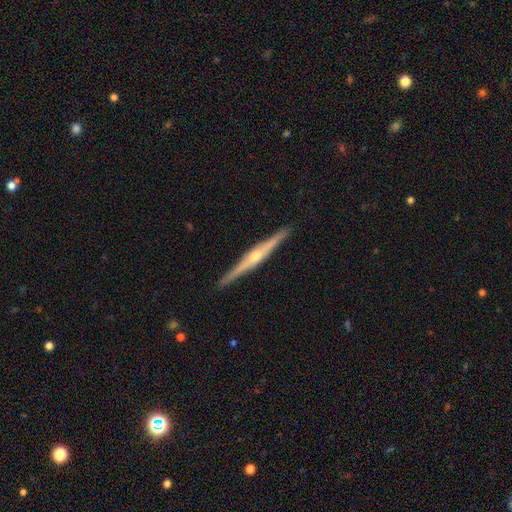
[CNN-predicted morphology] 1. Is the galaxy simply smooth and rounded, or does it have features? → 82% featured or disk, 13% smooth, 5% star or artifact.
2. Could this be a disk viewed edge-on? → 98% yes, 2% no.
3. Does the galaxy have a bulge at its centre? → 85% rounded, 8% none, 7% boxy.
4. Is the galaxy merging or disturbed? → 91% none, 6% minor disturbance, 1% major disturbance, 1% merger.